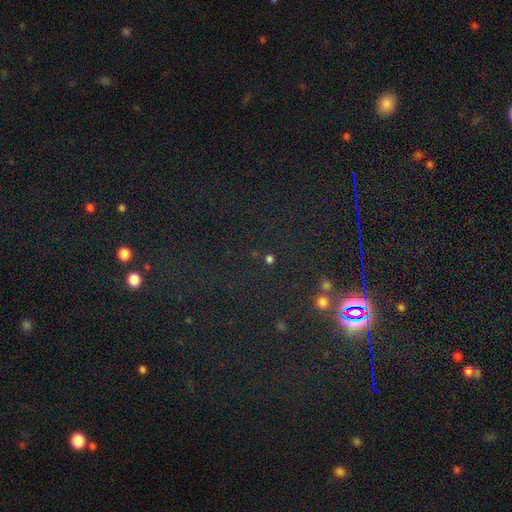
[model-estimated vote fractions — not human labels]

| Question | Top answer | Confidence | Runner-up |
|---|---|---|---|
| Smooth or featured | star or artifact | 75% | smooth (17%) |